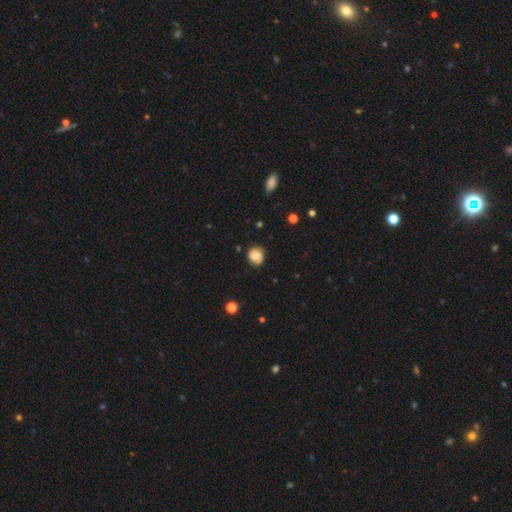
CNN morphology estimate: Smooth or featured? smooth (71%)
How rounded? round (80%)
Merging? none (76%)